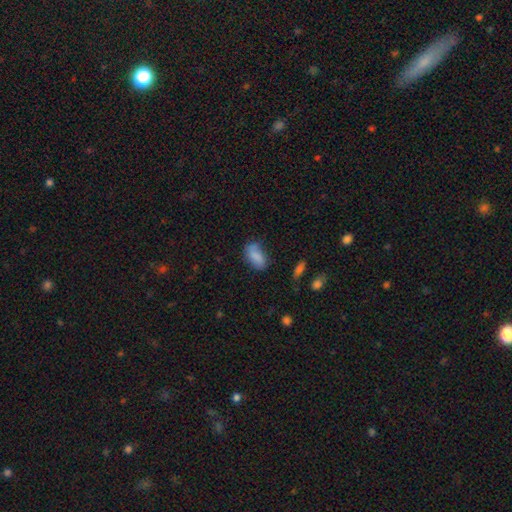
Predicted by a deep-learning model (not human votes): Smooth or featured?
  - smooth: 83% *
  - featured or disk: 9%
  - star or artifact: 9%
How rounded?
  - in between: 91% *
  - round: 5%
  - cigar-shaped: 4%
Merging?
  - none: 59% *
  - minor disturbance: 28%
  - major disturbance: 9%
  - merger: 4%